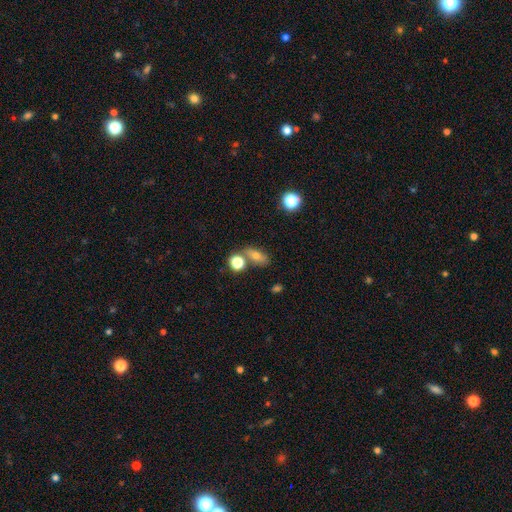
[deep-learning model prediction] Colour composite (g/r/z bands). It shows a smooth galaxy with no disk features (69%) that is in between round and cigar-shaped (67%). Merging: none (60%).